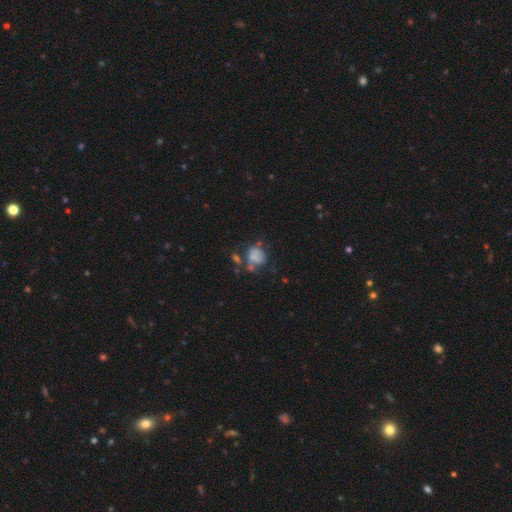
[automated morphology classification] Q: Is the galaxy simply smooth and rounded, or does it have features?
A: smooth — 63%.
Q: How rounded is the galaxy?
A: round — 56%.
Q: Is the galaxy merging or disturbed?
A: none — 34%.